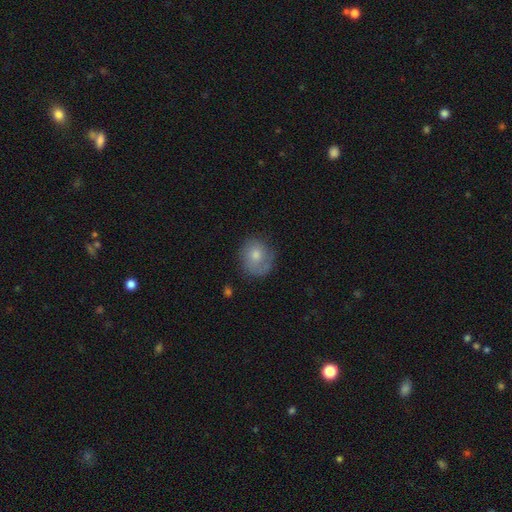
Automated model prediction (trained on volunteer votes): smooth-or-featured: smooth: 62% | featured or disk: 31% | star or artifact: 8%
  how-rounded: round: 76% | in between: 23% | cigar-shaped: 1%
  merging: none: 65% | minor disturbance: 23% | major disturbance: 10% | merger: 2%